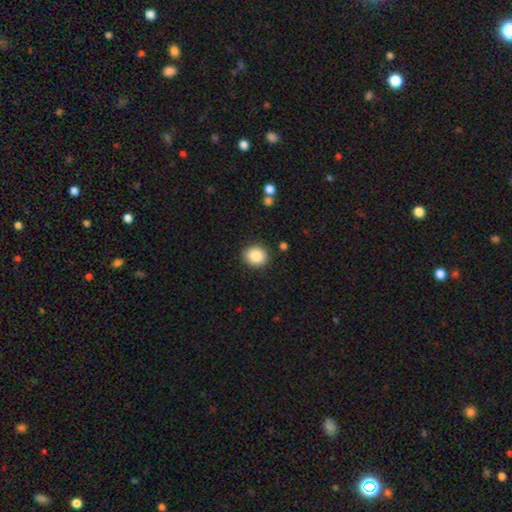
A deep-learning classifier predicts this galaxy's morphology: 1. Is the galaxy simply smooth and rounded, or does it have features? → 87% smooth, 9% star or artifact, 4% featured or disk.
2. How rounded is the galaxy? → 84% round, 15% in between, 1% cigar-shaped.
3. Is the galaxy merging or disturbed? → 90% none, 7% minor disturbance, 2% major disturbance, 1% merger.